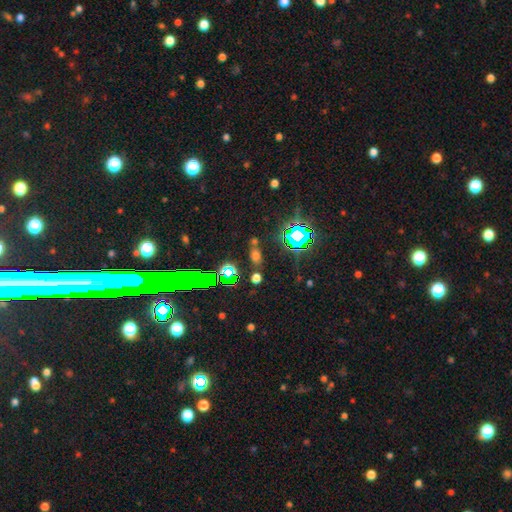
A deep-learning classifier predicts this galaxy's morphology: This appears to be a smooth galaxy with no disk features (54%) that is in between round and cigar-shaped (69%). Merging: none (72%).